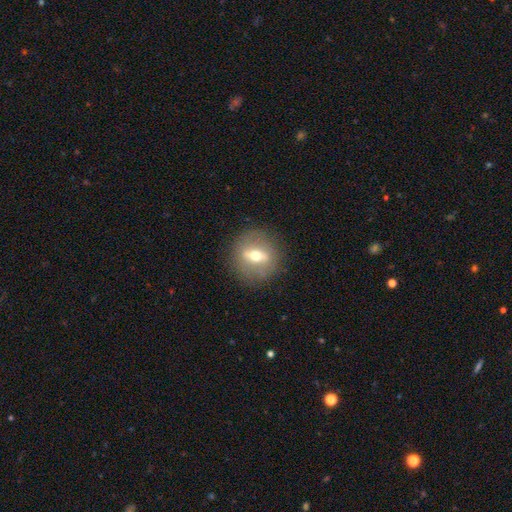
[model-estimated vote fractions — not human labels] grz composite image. It shows a featured or disk galaxy (57%). Merging: none (85%).